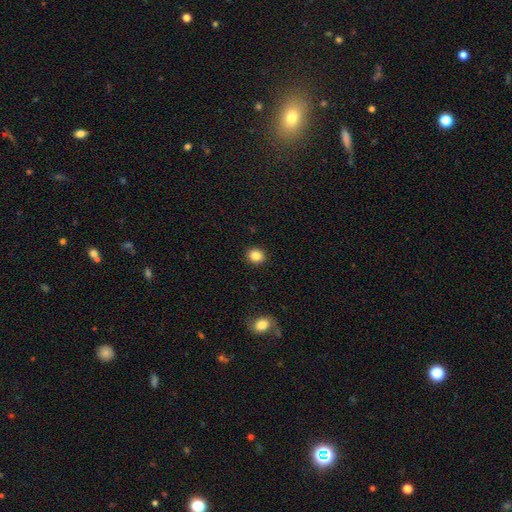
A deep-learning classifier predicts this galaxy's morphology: Smooth or featured? smooth (85%)
How rounded? round (78%)
Merging? none (91%)